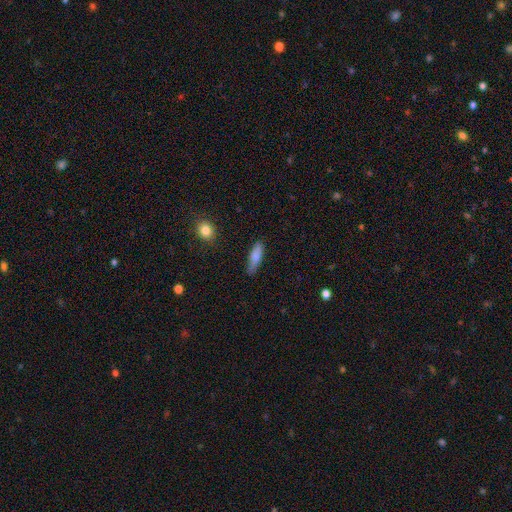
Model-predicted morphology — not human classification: smooth 80%, featured or disk 13%, star or artifact 6%. Down the decision tree: how rounded — cigar-shaped (57%); merging — none (78%).